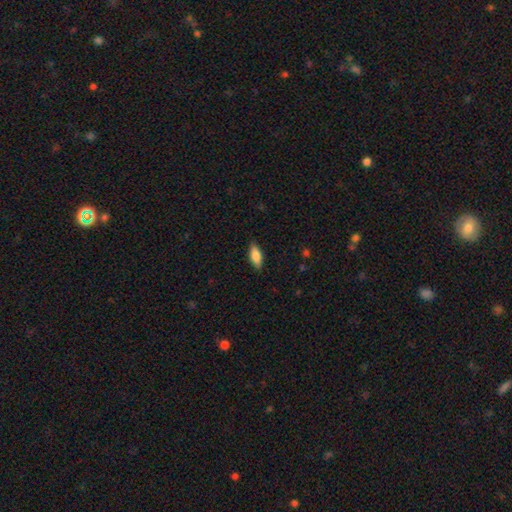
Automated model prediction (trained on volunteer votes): This is clearly a smooth galaxy (81%). How rounded: likely in between (77%). Merging: clearly none (87%).